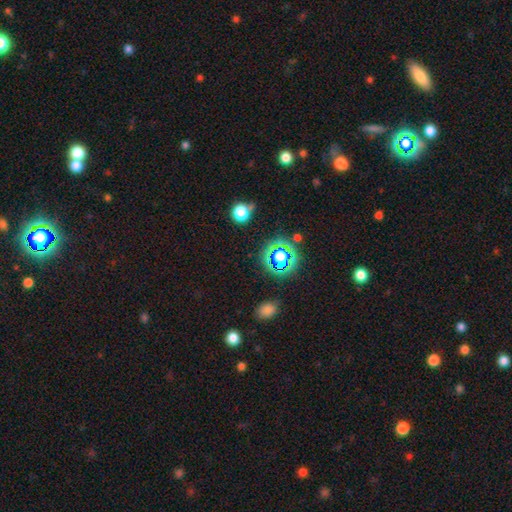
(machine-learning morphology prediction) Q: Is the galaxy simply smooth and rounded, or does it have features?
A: star or artifact — 74%.